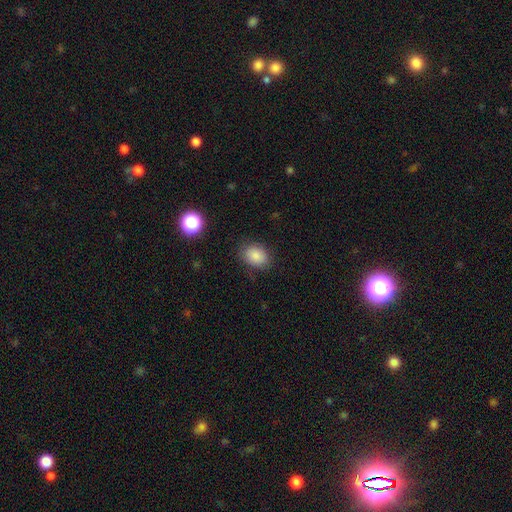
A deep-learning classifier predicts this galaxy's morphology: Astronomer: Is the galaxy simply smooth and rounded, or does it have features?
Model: smooth — 86%.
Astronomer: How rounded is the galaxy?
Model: in between — 71%.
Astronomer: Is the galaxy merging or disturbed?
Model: none — 83%.